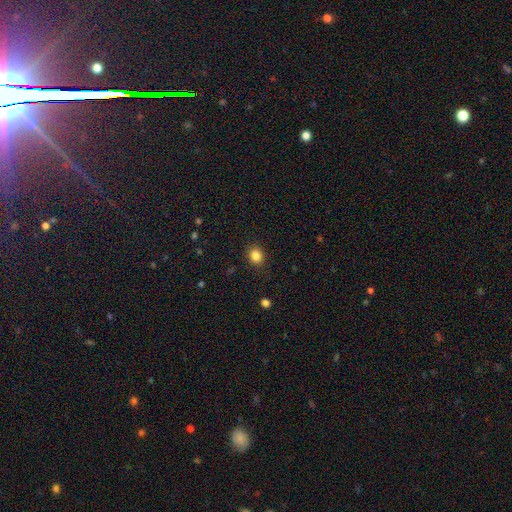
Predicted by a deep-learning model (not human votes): Smooth or featured? smooth (85%)
How rounded? round (76%)
Merging? none (89%)